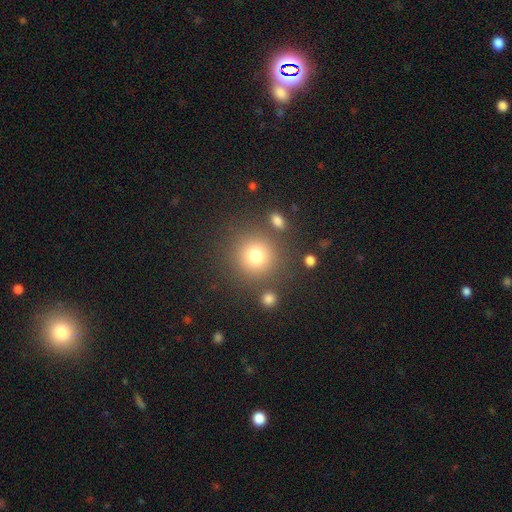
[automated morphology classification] Smooth or featured? smooth (78%)
How rounded? round (92%)
Merging? none (80%)